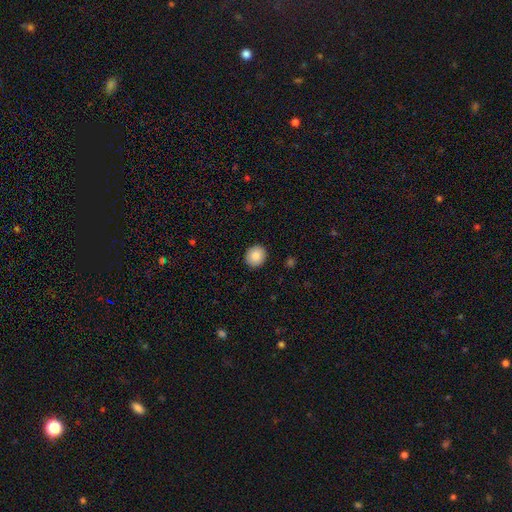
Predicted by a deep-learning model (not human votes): Overall: smooth (86%). How rounded: round (82%). Merging: none (92%).